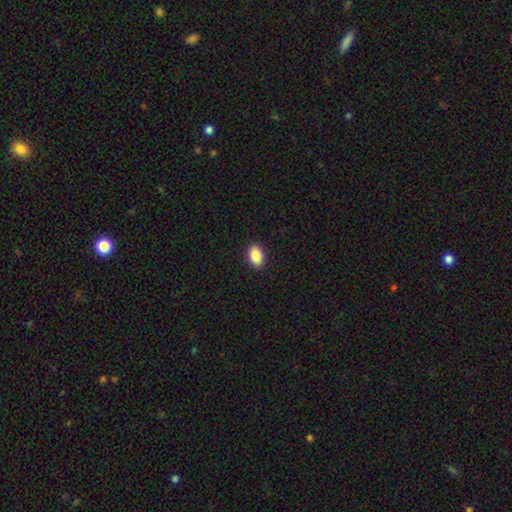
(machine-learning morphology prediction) Smooth or featured? smooth (88%)
How rounded? in between (89%)
Merging? none (91%)